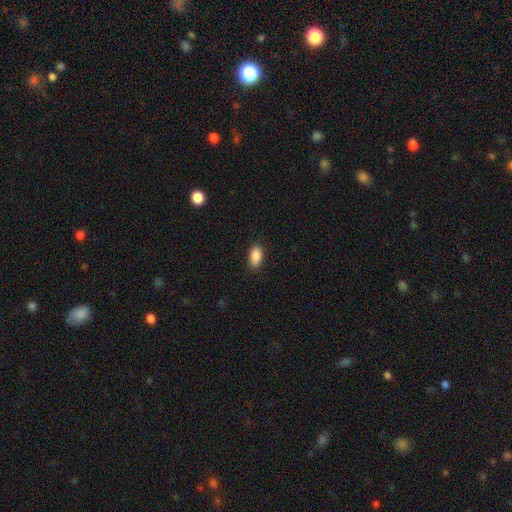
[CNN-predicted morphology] Smooth or featured? smooth (89%)
How rounded? in between (91%)
Merging? none (86%)